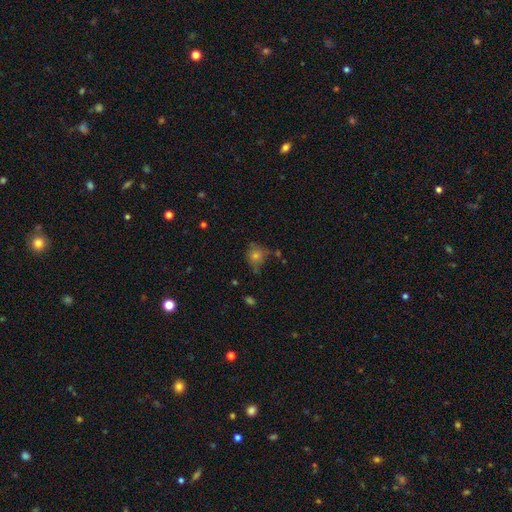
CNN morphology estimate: type=smooth (60%); roundness=round (72%); merging=none (55%).